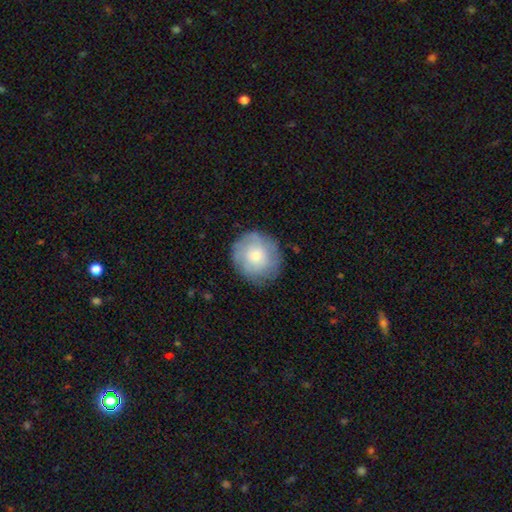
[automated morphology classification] smooth-or-featured: smooth: 59% | featured or disk: 33% | star or artifact: 8%
  how-rounded: round: 88% | in between: 11% | cigar-shaped: 1%
  merging: none: 80% | minor disturbance: 15% | major disturbance: 5% | merger: 1%